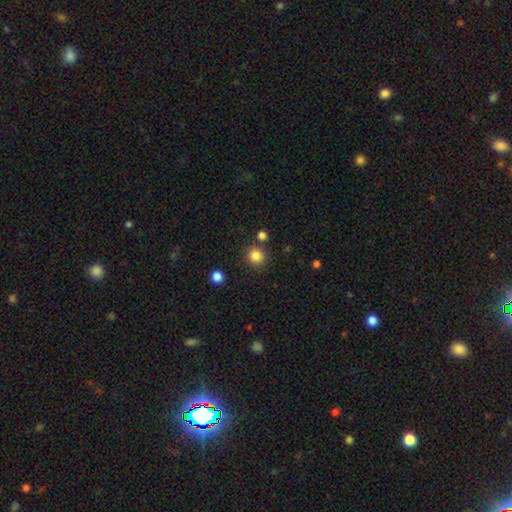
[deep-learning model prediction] A smooth galaxy with no disk features (84%) that is round (92%).

Vote fractions:
- Smooth or featured? smooth: 84% / star or artifact: 12% / featured or disk: 4%
- How rounded? round: 92% / in between: 7% / cigar-shaped: 1%
- Merging? none: 83% / minor disturbance: 8% / merger: 7% / major disturbance: 3%